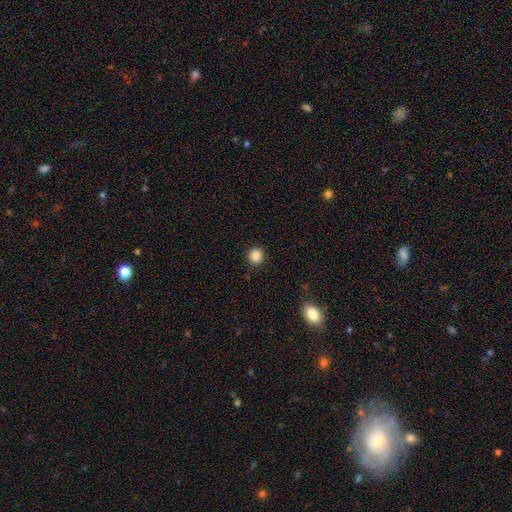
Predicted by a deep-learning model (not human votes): smooth 87%, star or artifact 10%, featured or disk 3%. Down the decision tree: how rounded — round (93%); merging — none (91%).